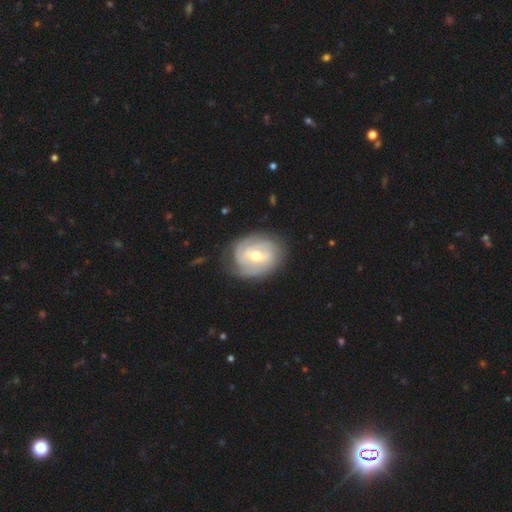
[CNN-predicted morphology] A featured or disk galaxy (78%) with a weak bar (49%), 2 (34%) tight (67%) spiral arms (90%) and a moderate central bulge (70%).

Vote fractions:
- Smooth or featured? featured or disk: 78% / smooth: 17% / star or artifact: 5%
- Edge-on disk? no: 97% / yes: 3%
- Bar? weak: 49% / no: 35% / strong: 16%
- Spiral arms? yes: 90% / no: 10%
- Spiral winding? tight: 67% / medium: 25% / loose: 8%
- Spiral arm count? 2: 34% / can't tell: 33% / 3: 19% / 4: 5% / 1: 5% / more than 4: 4%
- Bulge size? moderate: 70% / small: 25% / large: 4% / none: 1% / dominant: 1%
- Merging? none: 73% / minor disturbance: 19% / major disturbance: 7% / merger: 1%